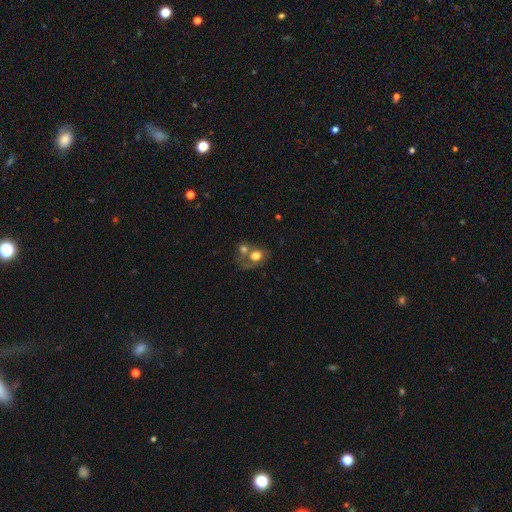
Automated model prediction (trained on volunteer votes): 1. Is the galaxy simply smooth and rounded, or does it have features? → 65% smooth, 25% featured or disk, 10% star or artifact.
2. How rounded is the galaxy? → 52% round, 47% in between, 1% cigar-shaped.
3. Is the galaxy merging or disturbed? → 51% merger, 27% none, 11% minor disturbance, 11% major disturbance.